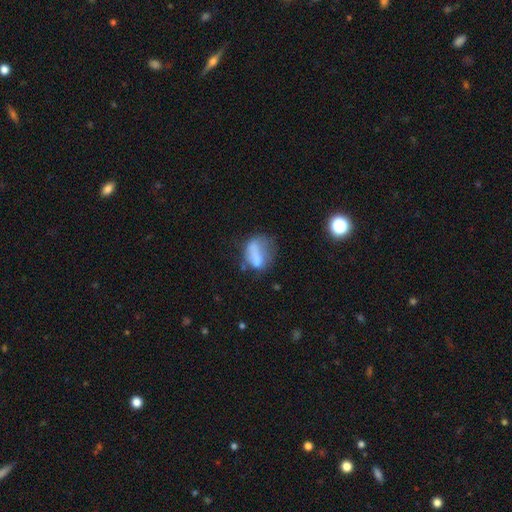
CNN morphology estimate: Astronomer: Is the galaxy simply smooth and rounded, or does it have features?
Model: smooth — 60%.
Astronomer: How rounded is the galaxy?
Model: in between — 74%.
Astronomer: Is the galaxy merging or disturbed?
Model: major disturbance — 32% (runner-up: none, 29%).